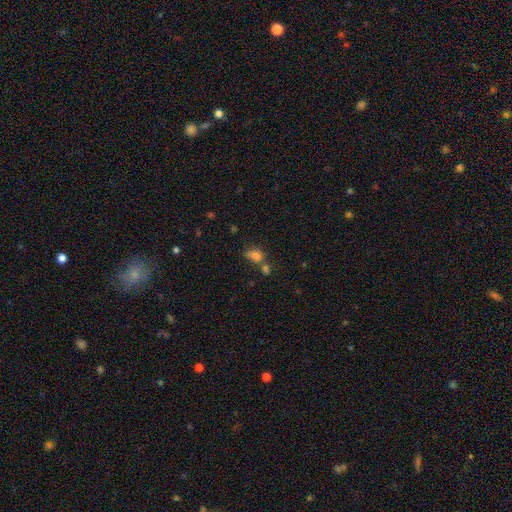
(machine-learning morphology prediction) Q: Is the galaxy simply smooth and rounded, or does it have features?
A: smooth — 74%.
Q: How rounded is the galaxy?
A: in between — 71%.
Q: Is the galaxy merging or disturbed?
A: merger — 35%, tied with none.